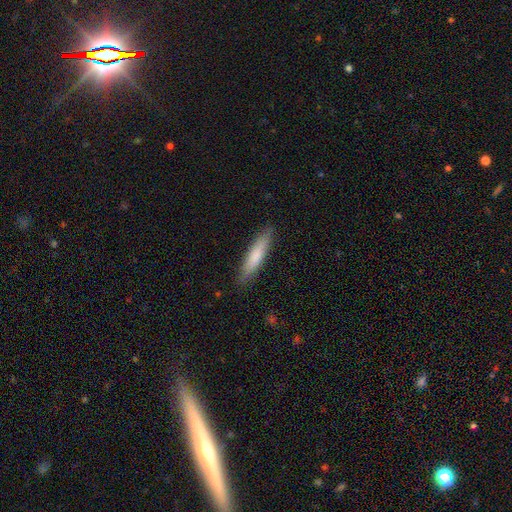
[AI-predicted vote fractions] smooth_or_featured: smooth (p=0.76) [alt: featured or disk p=0.19]
how_rounded: cigar-shaped (p=0.85) [alt: in between p=0.14]
merging: none (p=0.88) [alt: minor disturbance p=0.09]